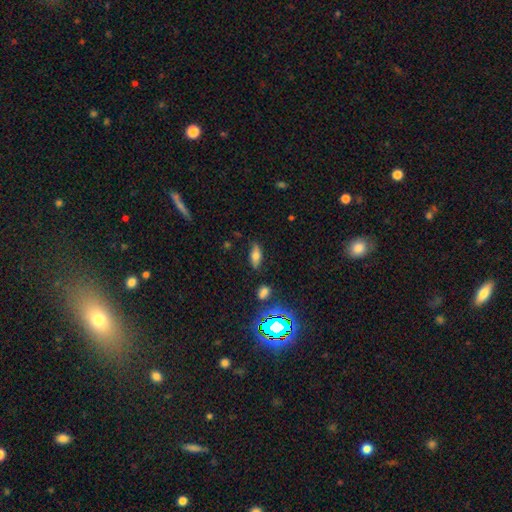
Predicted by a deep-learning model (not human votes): smooth 61%, featured or disk 24%, star or artifact 15%. Down the decision tree: how rounded — in between (78%); merging — none (76%).